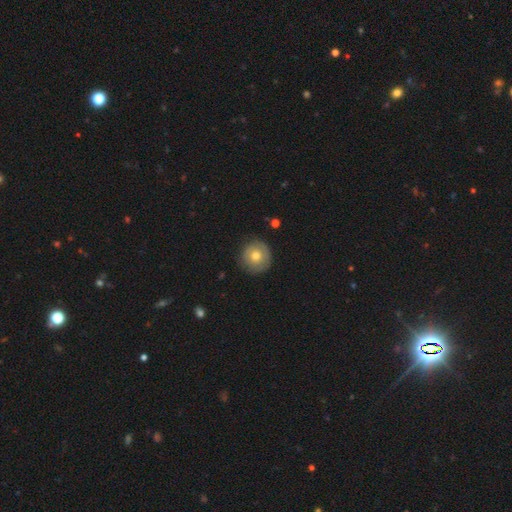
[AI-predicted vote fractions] smooth-or-featured: smooth: 66% | featured or disk: 27% | star or artifact: 8%
  how-rounded: round: 94% | in between: 5% | cigar-shaped: 1%
  merging: none: 84% | minor disturbance: 12% | major disturbance: 3% | merger: 1%